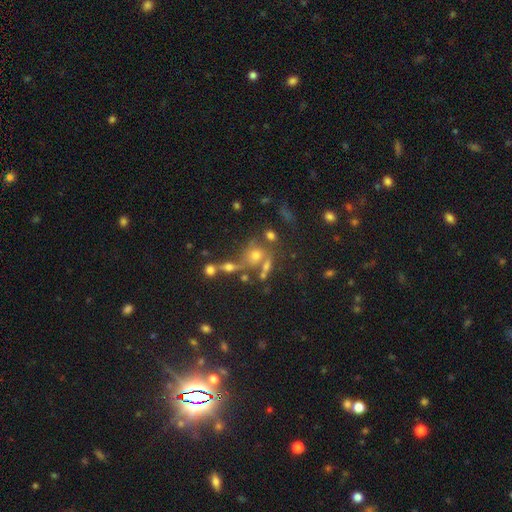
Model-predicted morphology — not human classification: A smooth galaxy with no disk features (50%).

Vote fractions:
- Smooth or featured? smooth: 50% / star or artifact: 29% / featured or disk: 21%
- Merging? none: 45% / merger: 32% / minor disturbance: 12% / major disturbance: 11%